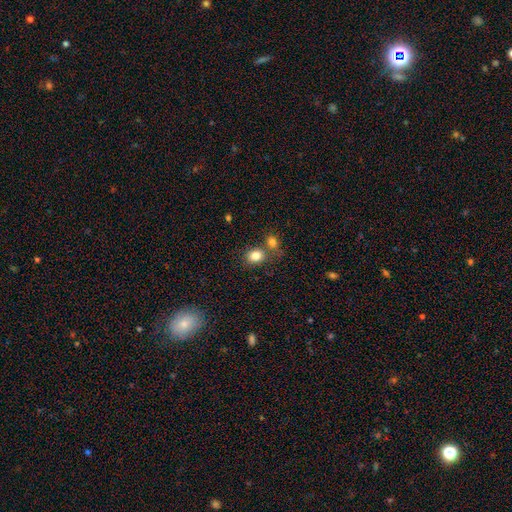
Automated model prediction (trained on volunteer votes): Smooth or featured: smooth — 83% (star or artifact — 10%)
How rounded: round — 60% (in between — 39%)
Merging: none — 59% (merger — 26%)